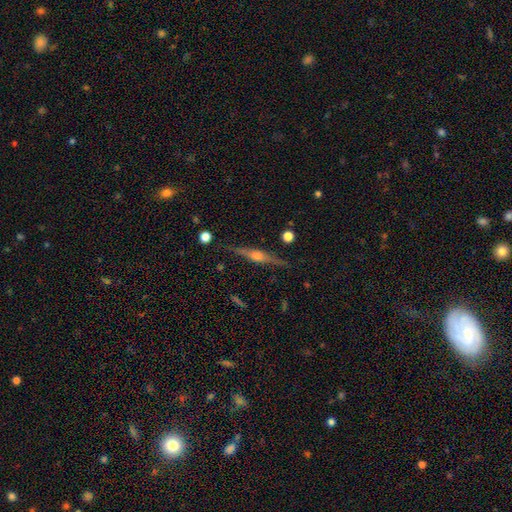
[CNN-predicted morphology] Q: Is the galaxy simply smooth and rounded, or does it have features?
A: featured or disk — 77%.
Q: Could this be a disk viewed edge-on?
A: yes — 96%.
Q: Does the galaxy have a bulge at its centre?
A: rounded — 92%.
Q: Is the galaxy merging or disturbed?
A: none — 87%.